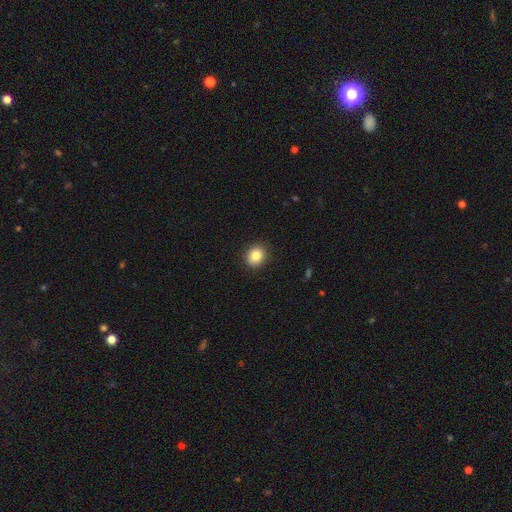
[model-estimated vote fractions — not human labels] Smooth or featured: smooth — 84% (star or artifact — 10%)
How rounded: round — 72% (in between — 27%)
Merging: none — 90% (minor disturbance — 7%)